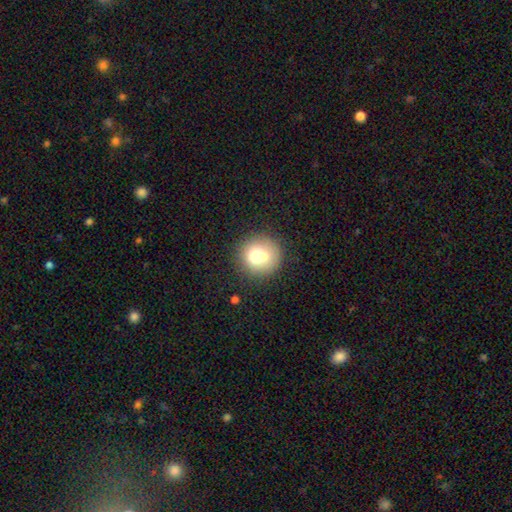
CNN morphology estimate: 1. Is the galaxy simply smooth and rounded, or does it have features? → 67% smooth, 23% featured or disk, 10% star or artifact.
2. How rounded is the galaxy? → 88% round, 11% in between, 1% cigar-shaped.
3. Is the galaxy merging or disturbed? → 49% none, 37% merger, 10% minor disturbance, 4% major disturbance.